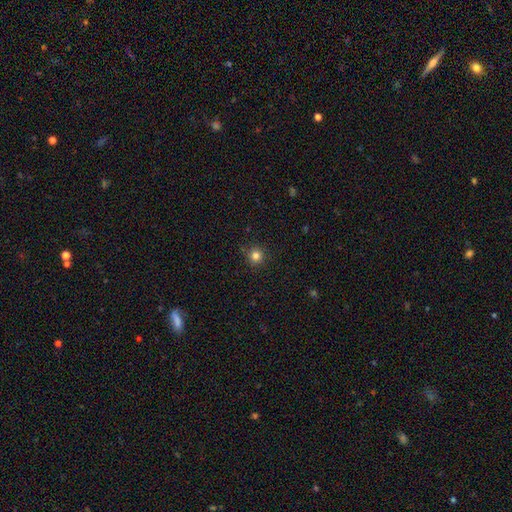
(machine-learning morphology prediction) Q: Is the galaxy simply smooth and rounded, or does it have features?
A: smooth — 82%.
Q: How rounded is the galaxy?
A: round — 94%.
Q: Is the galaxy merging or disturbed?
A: none — 90%.